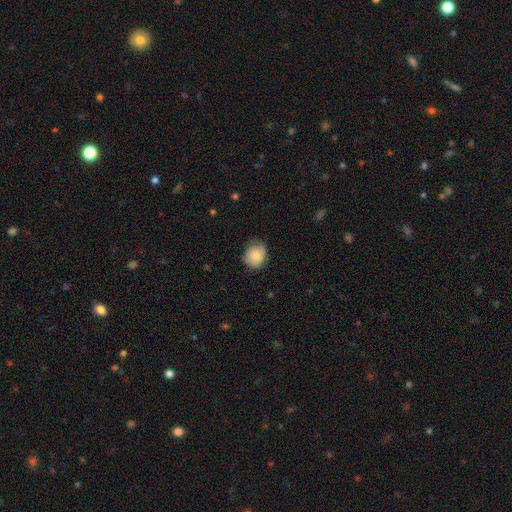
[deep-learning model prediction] This is clearly a smooth galaxy (81%). How rounded: likely round (73%). Merging: likely none (65%).